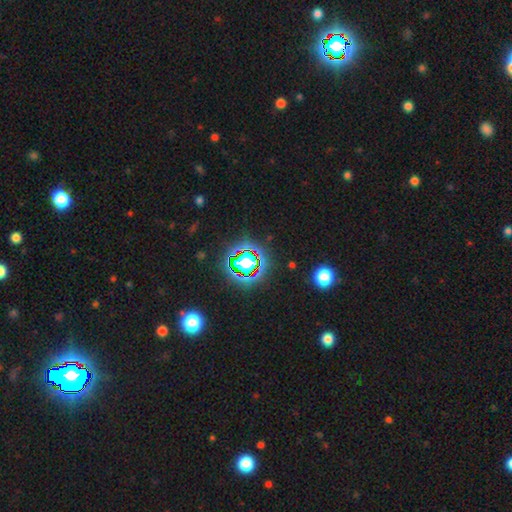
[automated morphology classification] Smooth or featured? Predicted: star or artifact (p=0.73).